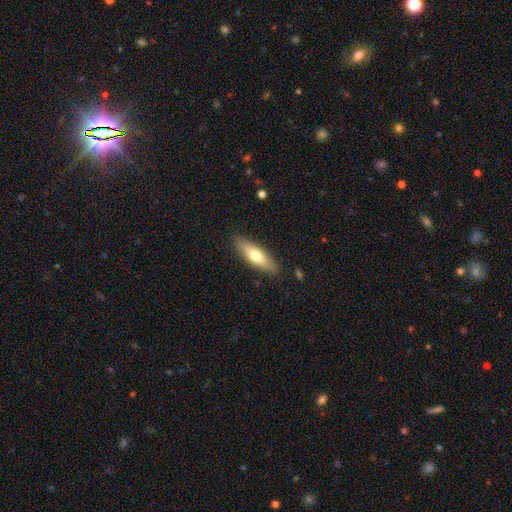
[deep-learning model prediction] Overall: smooth (65%; featured or disk 29%). How rounded: cigar-shaped (52%; in between 46%). Merging: none (88%).